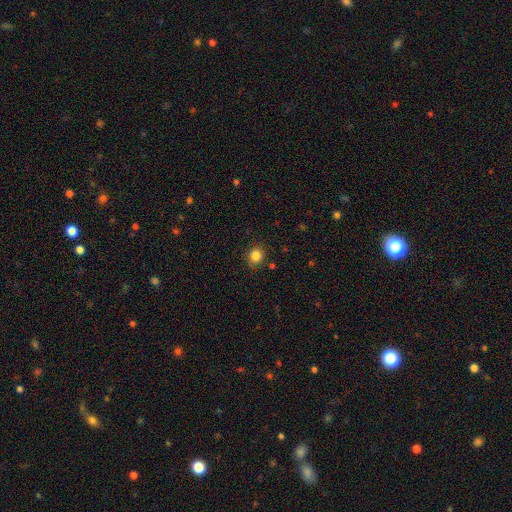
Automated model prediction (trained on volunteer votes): Q: Smooth or featured?
A: smooth (84%); runner-up: star or artifact (11%)
Q: How rounded?
A: round (73%); runner-up: in between (26%)
Q: Merging?
A: none (85%); runner-up: minor disturbance (11%)